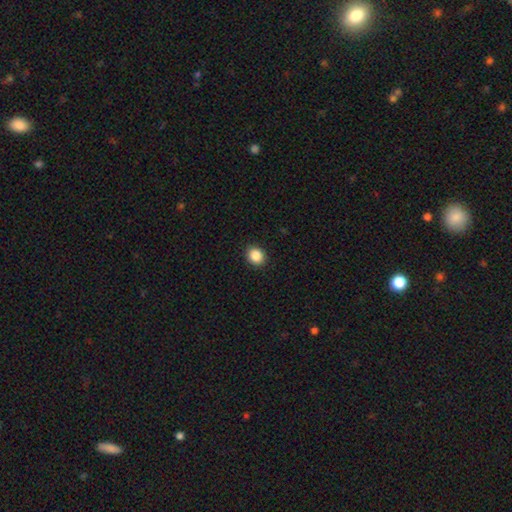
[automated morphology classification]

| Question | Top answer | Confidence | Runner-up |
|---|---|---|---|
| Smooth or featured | smooth | 87% | star or artifact (9%) |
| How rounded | round | 75% | in between (24%) |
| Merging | none | 91% | minor disturbance (6%) |